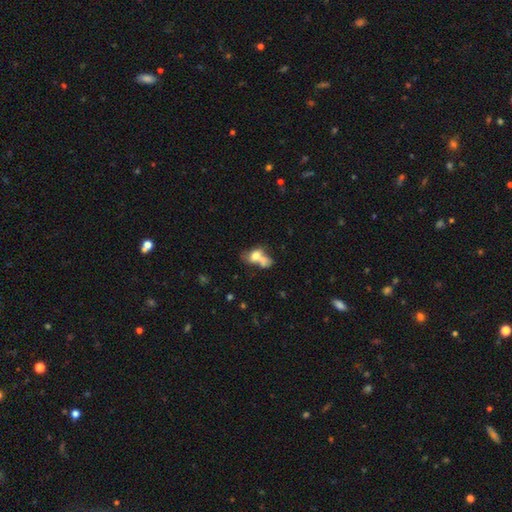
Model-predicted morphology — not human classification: A smooth galaxy with no disk features (63%) that is in between round and cigar-shaped (74%). Merging: merger (61%).